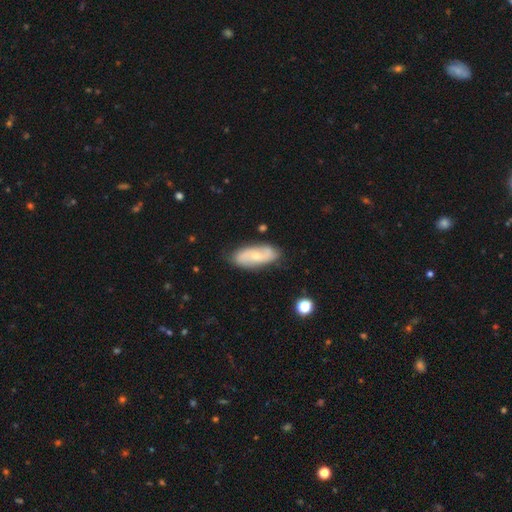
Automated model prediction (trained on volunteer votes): smooth_or_featured: featured or disk (p=0.63) [alt: smooth p=0.31]
disk_edge_on: no (p=0.91) [alt: yes p=0.09]
bar: no (p=0.62) [alt: weak p=0.31]
has_spiral_arms: yes (p=0.86) [alt: no p=0.14]
bulge_size: small (p=0.56) [alt: moderate p=0.39]
merging: none (p=0.81) [alt: minor disturbance p=0.14]